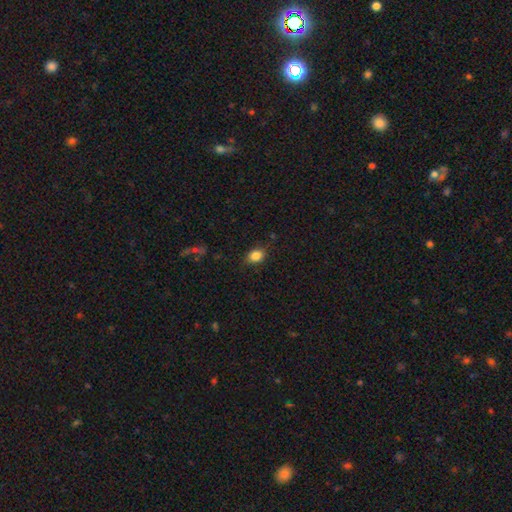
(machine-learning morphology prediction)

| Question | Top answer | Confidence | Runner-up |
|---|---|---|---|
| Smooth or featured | smooth | 85% | star or artifact (10%) |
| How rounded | in between | 57% | round (41%) |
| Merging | none | 80% | minor disturbance (15%) |